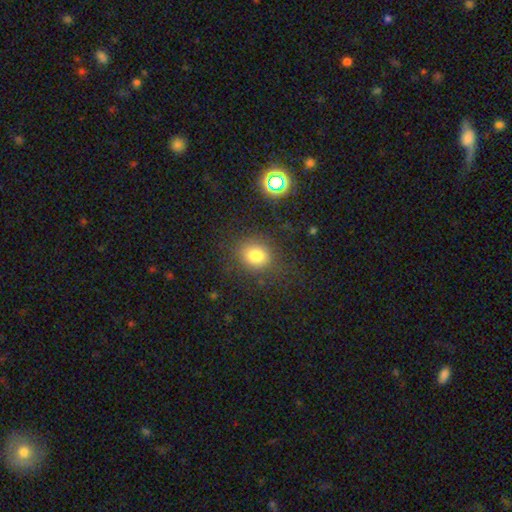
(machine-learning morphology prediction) type=smooth (78%); roundness=round (71%); merging=none (83%).